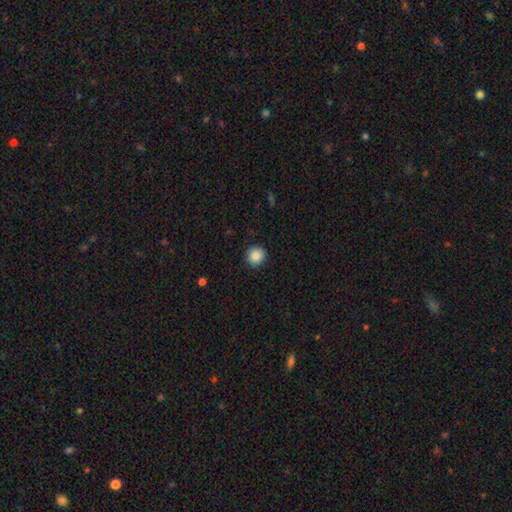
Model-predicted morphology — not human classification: This is clearly a smooth galaxy (88%). How rounded: clearly round (94%). Merging: clearly none (92%).